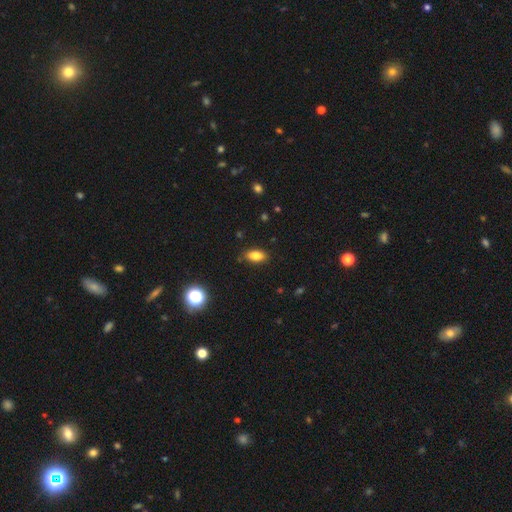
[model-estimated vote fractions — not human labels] Smooth or featured: smooth — 83% (star or artifact — 10%)
How rounded: in between — 88% (cigar-shaped — 6%)
Merging: none — 85% (minor disturbance — 11%)